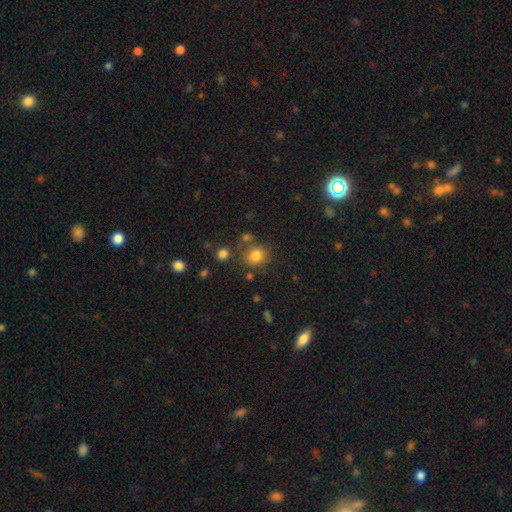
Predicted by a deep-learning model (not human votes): Overall: smooth (81%). How rounded: round (74%). Merging: none (73%).